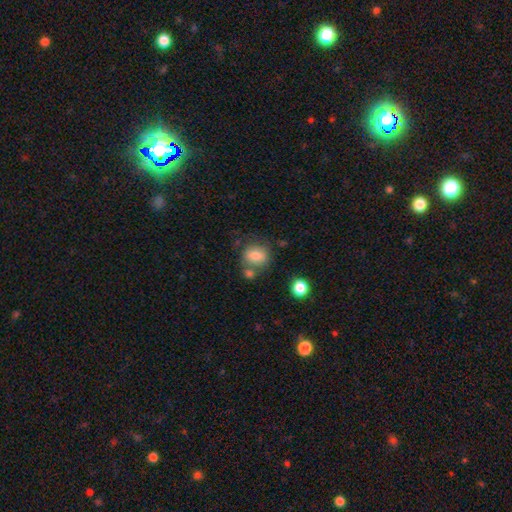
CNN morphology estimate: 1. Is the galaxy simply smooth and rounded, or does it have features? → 77% smooth, 13% featured or disk, 9% star or artifact.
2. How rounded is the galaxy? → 74% round, 25% in between, 1% cigar-shaped.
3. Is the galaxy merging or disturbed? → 60% none, 19% merger, 15% minor disturbance, 6% major disturbance.